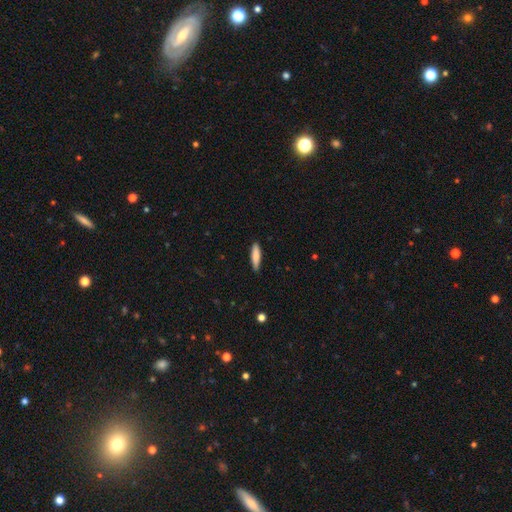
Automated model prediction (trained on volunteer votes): Smooth or featured? Predicted: smooth (p=0.81). How rounded? Predicted: cigar-shaped (p=0.76). Merging? Predicted: none (p=0.87).